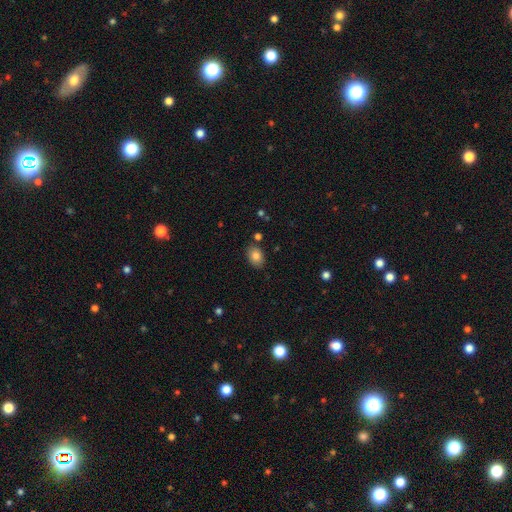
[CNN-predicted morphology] The model was most divided on "how rounded": in between: 74%, round: 25%, cigar-shaped: 1%. More confident: smooth or featured — smooth (83%); merging — none (83%).